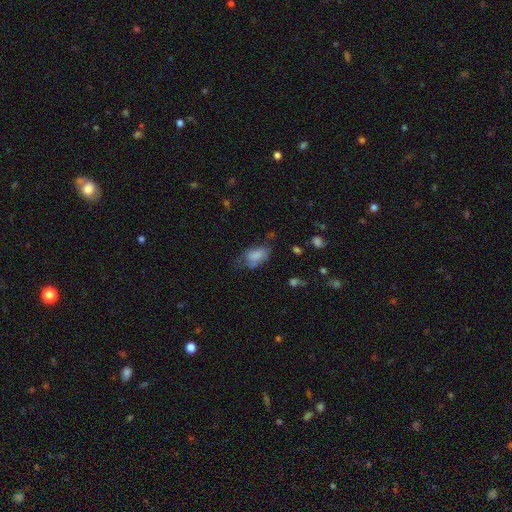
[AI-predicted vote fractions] Smooth or featured? Predicted: smooth (p=0.73). How rounded? Predicted: in between (p=0.89). Merging? Predicted: none (p=0.37).